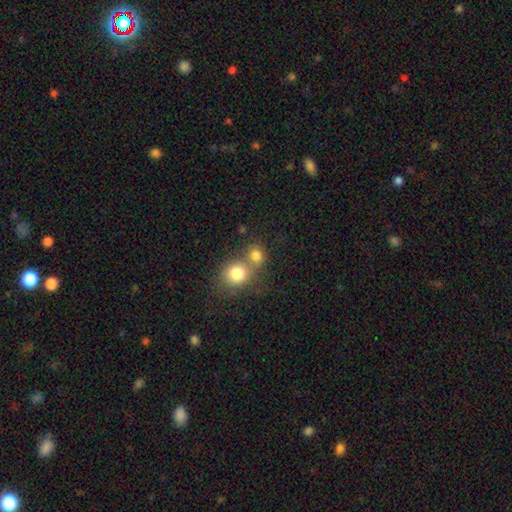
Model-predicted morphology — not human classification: Smooth or featured?
  - smooth: 80% *
  - star or artifact: 11%
  - featured or disk: 9%
How rounded?
  - round: 78% *
  - in between: 20%
  - cigar-shaped: 1%
Merging?
  - merger: 51% *
  - none: 39%
  - minor disturbance: 7%
  - major disturbance: 3%